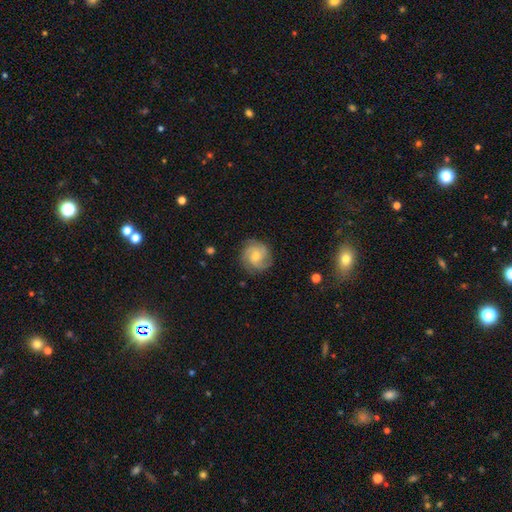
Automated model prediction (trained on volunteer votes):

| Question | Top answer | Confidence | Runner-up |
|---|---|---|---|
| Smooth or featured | featured or disk | 76% | smooth (16%) |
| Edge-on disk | no | 98% | yes (2%) |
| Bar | no | 63% | weak (31%) |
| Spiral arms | yes | 95% | no (5%) |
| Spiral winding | tight | 53% | medium (37%) |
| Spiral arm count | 3 | 42% | 2 (20%) |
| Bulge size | small | 50% | moderate (45%) |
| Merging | none | 83% | minor disturbance (12%) |